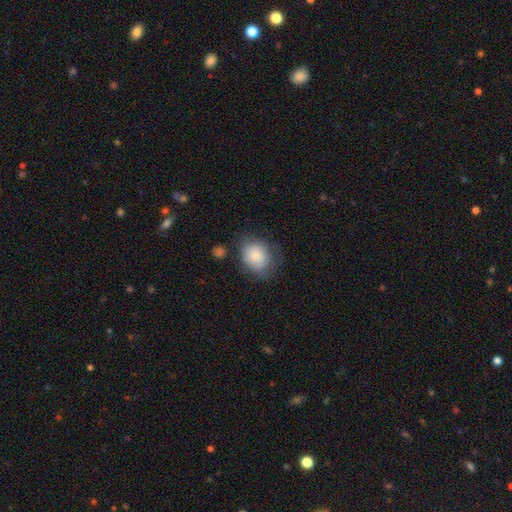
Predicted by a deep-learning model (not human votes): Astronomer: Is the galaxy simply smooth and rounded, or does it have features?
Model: smooth — 78%.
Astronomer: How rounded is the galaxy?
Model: round — 56% (runner-up: in between, 43%).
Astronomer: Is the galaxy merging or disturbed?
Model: none — 63%.